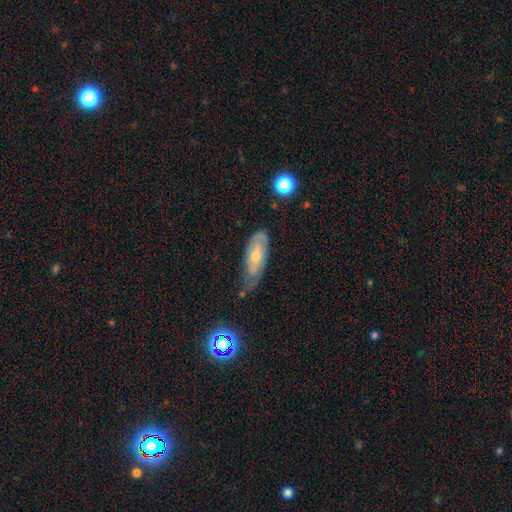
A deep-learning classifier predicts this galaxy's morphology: Smooth or featured? featured or disk (61%)
Edge-on disk? no (85%)
Bar? no (72%)
Spiral arms? yes (80%)
Bulge size? small (55%)
Merging? none (50%)